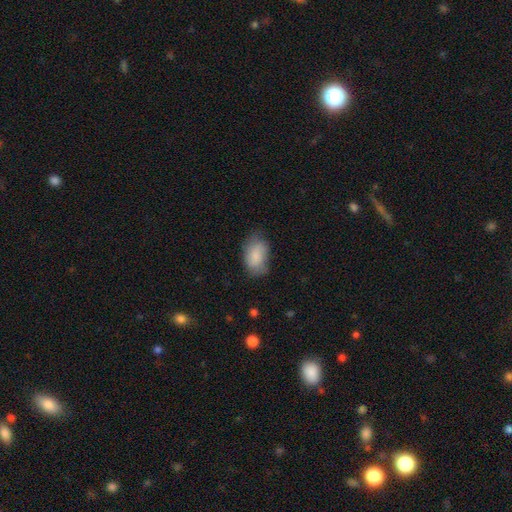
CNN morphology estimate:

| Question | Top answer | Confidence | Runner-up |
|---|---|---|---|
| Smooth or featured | smooth | 81% | featured or disk (12%) |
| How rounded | in between | 87% | round (12%) |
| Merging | none | 60% | minor disturbance (30%) |